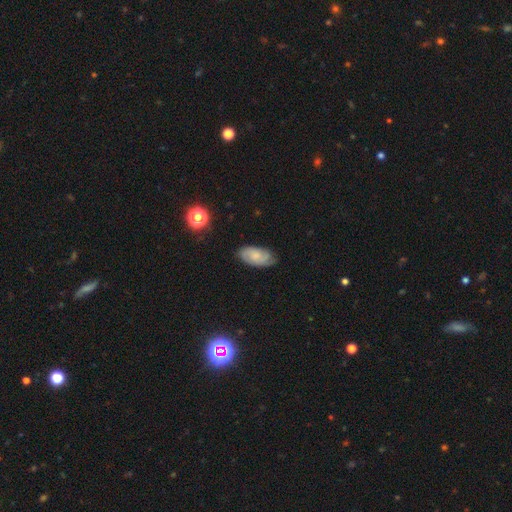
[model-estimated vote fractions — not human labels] A featured or disk galaxy (56%) with no bar (70%), spiral arms (92%) and a small central bulge (48%).

Vote fractions:
- Smooth or featured? featured or disk: 56% / smooth: 37% / star or artifact: 7%
- Edge-on disk? no: 94% / yes: 6%
- Bar? no: 70% / weak: 27% / strong: 4%
- Spiral arms? yes: 92% / no: 8%
- Bulge size? small: 48% / moderate: 27% / none: 19% / large: 3% / dominant: 1%
- Merging? none: 78% / minor disturbance: 17% / major disturbance: 4% / merger: 1%